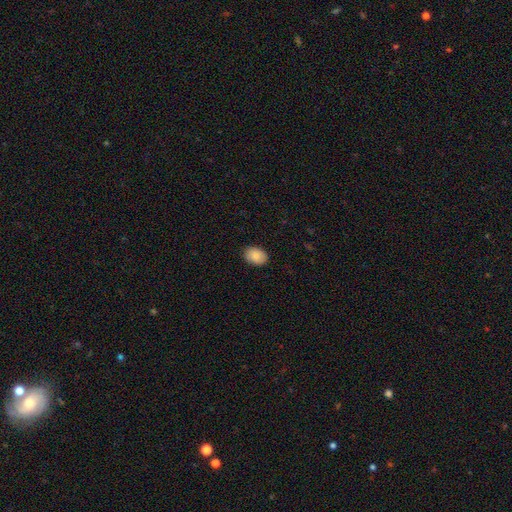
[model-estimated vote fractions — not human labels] A smooth galaxy with no disk features (87%) that is in between round and cigar-shaped (73%). Merging: none (88%).